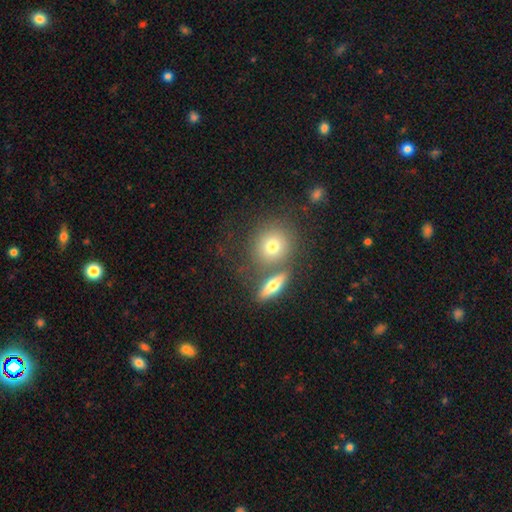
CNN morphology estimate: Smooth or featured? smooth (62%)
How rounded? round (70%)
Merging? none (58%)